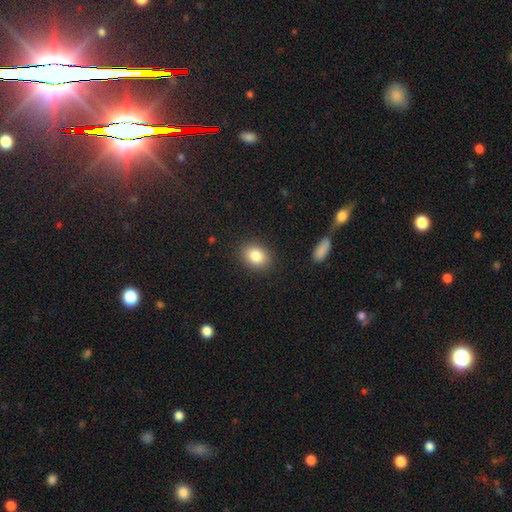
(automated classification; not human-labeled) smooth_or_featured: smooth (p=0.84) [alt: star or artifact p=0.09]
how_rounded: in between (p=0.55) [alt: round p=0.43]
merging: none (p=0.88) [alt: minor disturbance p=0.08]